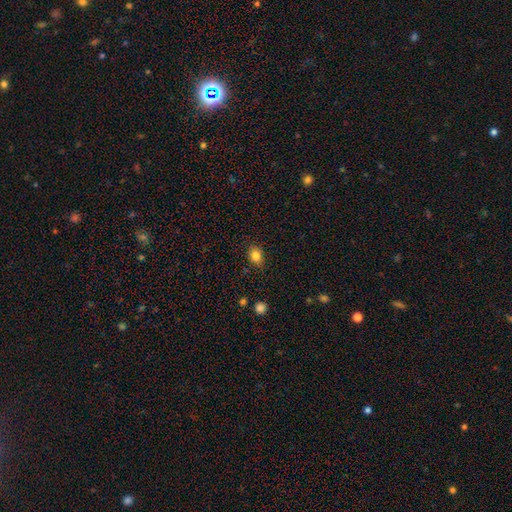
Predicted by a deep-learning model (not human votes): Overall: smooth (83%). How rounded: in between (59%; round 39%). Merging: none (84%).